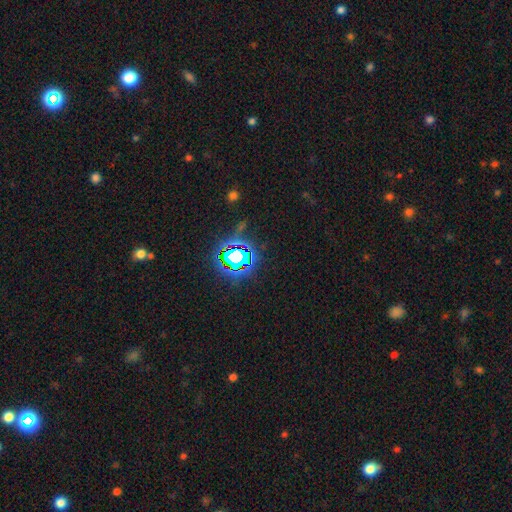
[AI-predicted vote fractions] This is clearly a star or artifact rather than a galaxy (82%).